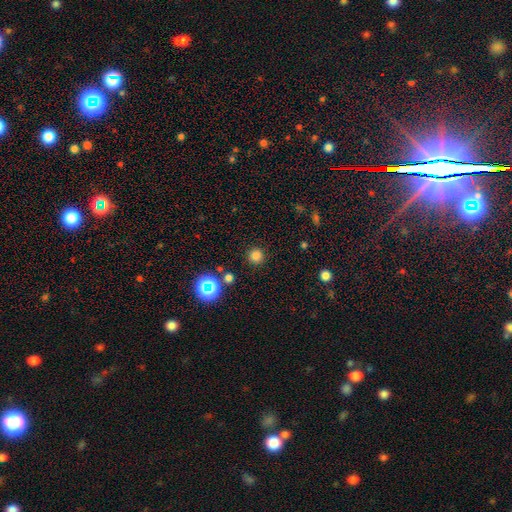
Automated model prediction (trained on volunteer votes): smooth 77%, star or artifact 18%, featured or disk 5%. Down the decision tree: how rounded — round (95%); merging — none (90%).